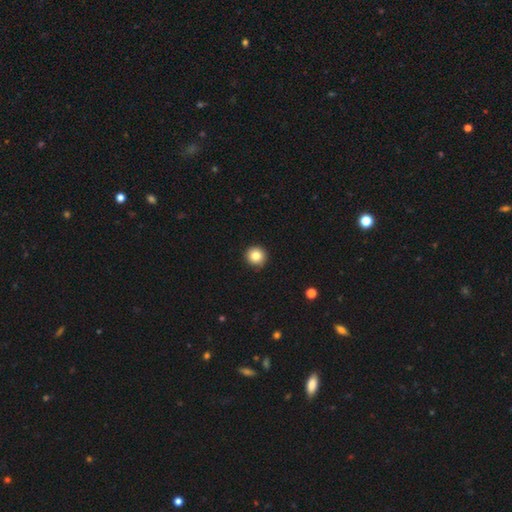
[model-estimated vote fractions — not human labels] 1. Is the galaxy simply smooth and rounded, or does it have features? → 83% smooth, 10% star or artifact, 7% featured or disk.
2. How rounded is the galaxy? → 94% round, 5% in between, 1% cigar-shaped.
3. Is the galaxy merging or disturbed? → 90% none, 7% minor disturbance, 2% major disturbance, 1% merger.